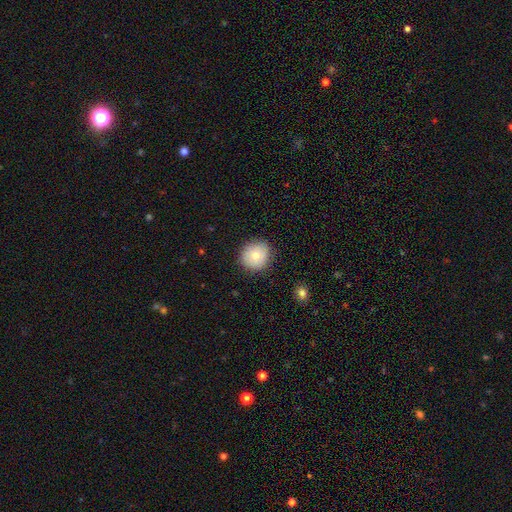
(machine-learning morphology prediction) Smooth or featured?
  - smooth: 79% *
  - featured or disk: 13%
  - star or artifact: 8%
How rounded?
  - round: 85% *
  - in between: 14%
  - cigar-shaped: 1%
Merging?
  - none: 85% *
  - minor disturbance: 11%
  - major disturbance: 3%
  - merger: 1%